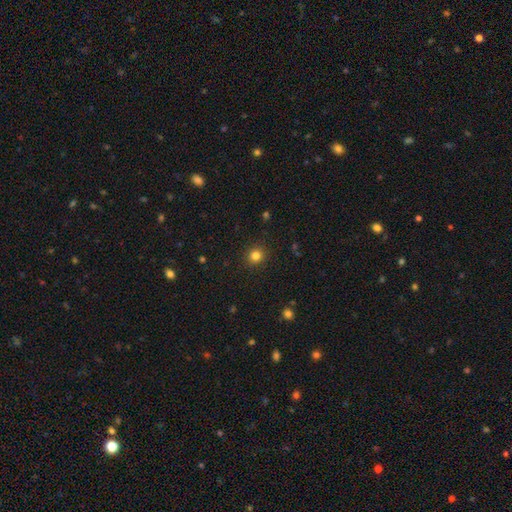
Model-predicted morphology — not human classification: Smooth or featured? Predicted: smooth (p=0.82). How rounded? Predicted: round (p=0.90). Merging? Predicted: none (p=0.91).